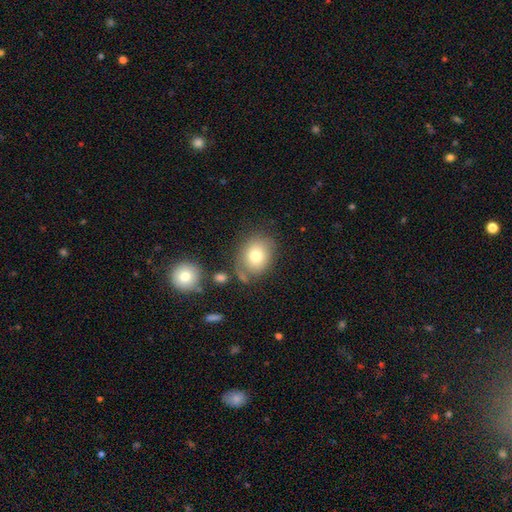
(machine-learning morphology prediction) smooth 76%, featured or disk 14%, star or artifact 10%. Down the decision tree: how rounded — in between (52%); merging — none (66%).